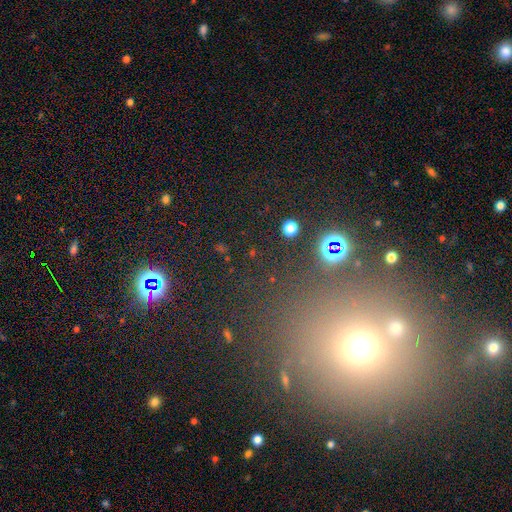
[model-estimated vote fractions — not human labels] Morphology: type=star or artifact (46%).